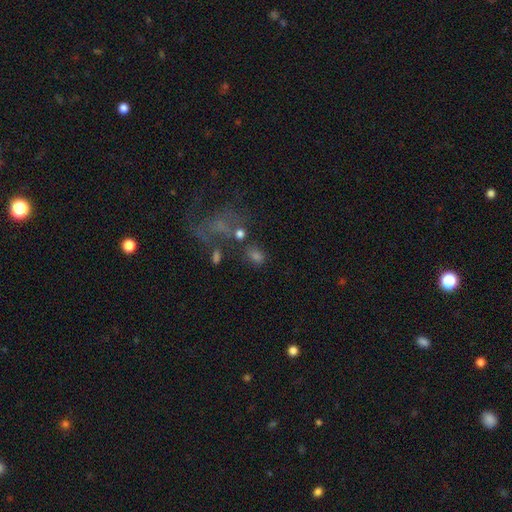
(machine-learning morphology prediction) type=smooth (58%); roundness=in between (67%); merging=none (55%).